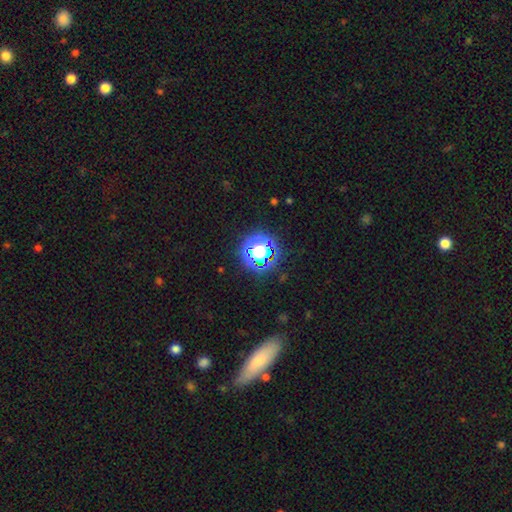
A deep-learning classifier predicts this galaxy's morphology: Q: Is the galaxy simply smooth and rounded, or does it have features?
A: star or artifact — 63%.